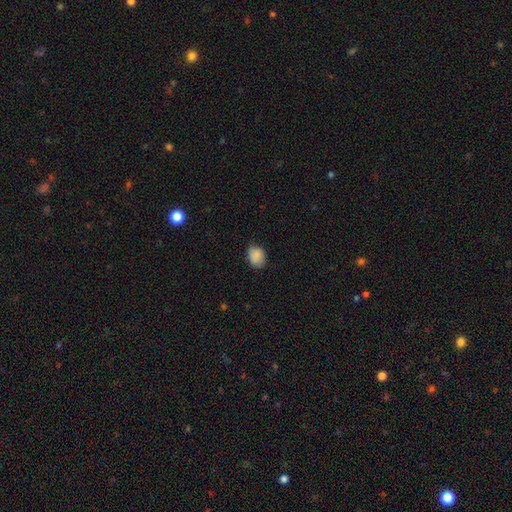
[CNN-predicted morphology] Smooth or featured: smooth — 86% (star or artifact — 8%)
How rounded: in between — 61% (round — 38%)
Merging: none — 70% (minor disturbance — 25%)